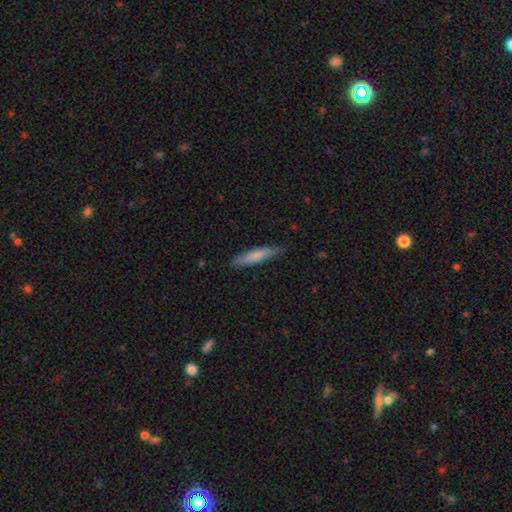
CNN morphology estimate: Smooth or featured: smooth — 76% (featured or disk — 19%)
How rounded: cigar-shaped — 87% (in between — 12%)
Merging: none — 84% (minor disturbance — 13%)